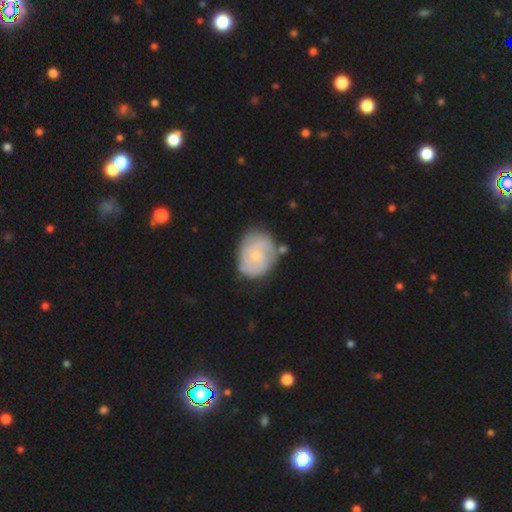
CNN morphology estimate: Smooth or featured? featured or disk (67%)
Edge-on disk? no (97%)
Bar? no (67%)
Spiral arms? yes (85%)
Spiral winding? tight (59%)
Spiral arm count? 2 (44%)
Bulge size? small (66%)
Merging? none (68%)